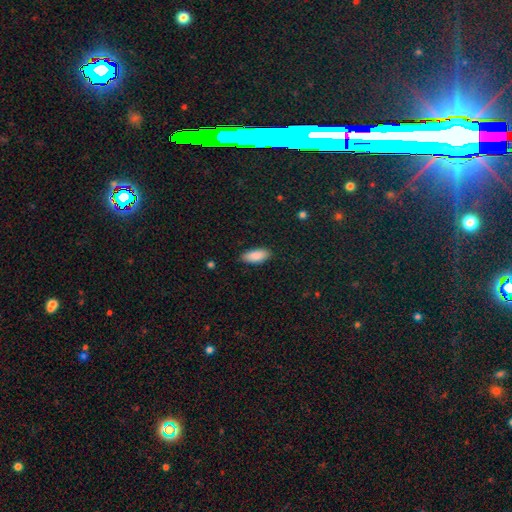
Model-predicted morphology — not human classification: A smooth galaxy with no disk features (89%) that is in between round and cigar-shaped (84%).

Vote fractions:
- Smooth or featured? smooth: 89% / star or artifact: 6% / featured or disk: 5%
- How rounded? in between: 84% / cigar-shaped: 15% / round: 2%
- Merging? none: 87% / minor disturbance: 10% / major disturbance: 2% / merger: 1%